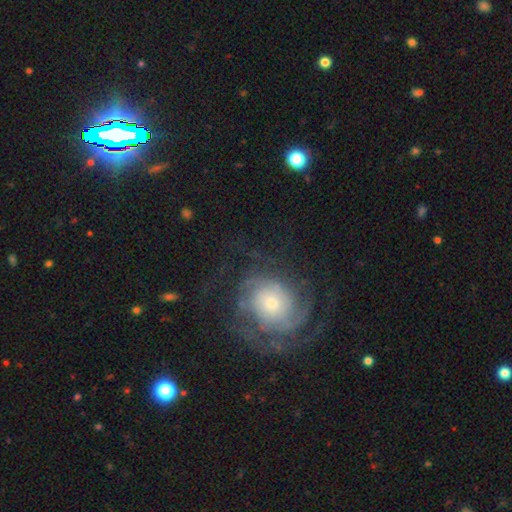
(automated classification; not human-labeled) Smooth or featured? Predicted: featured or disk (p=0.75). Edge-on disk? Predicted: no (p=0.97). Bar? Predicted: no (p=0.78). Spiral arms? Predicted: yes (p=0.95). Spiral winding? Predicted: tight (p=0.66). Spiral arm count? Predicted: can't tell (p=0.38). Bulge size? Predicted: small (p=0.49). Merging? Predicted: none (p=0.73).